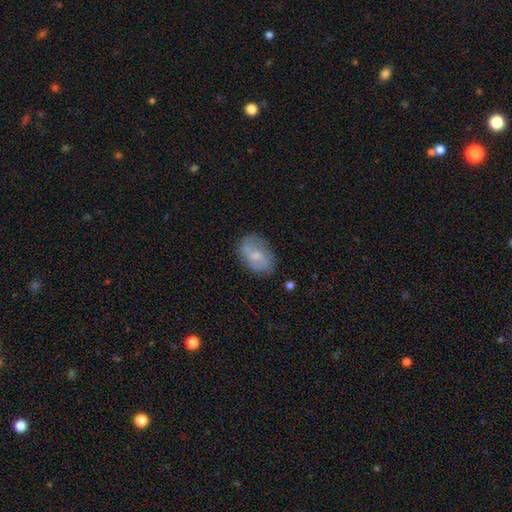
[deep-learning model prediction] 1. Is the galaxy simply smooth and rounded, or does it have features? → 51% featured or disk, 41% smooth, 8% star or artifact.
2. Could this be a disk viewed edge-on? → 96% no, 4% yes.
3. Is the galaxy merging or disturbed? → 73% none, 19% minor disturbance, 6% major disturbance, 2% merger.